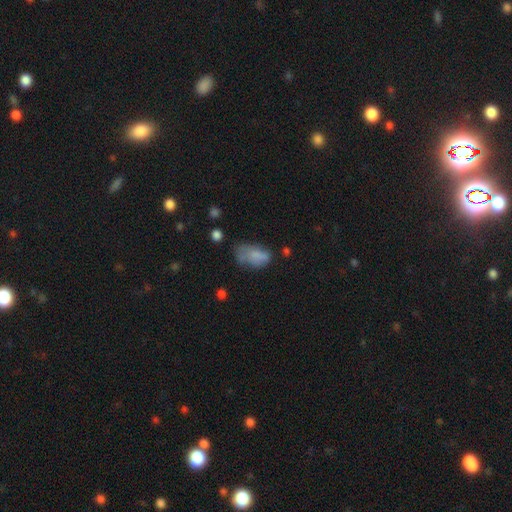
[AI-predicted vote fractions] Smooth or featured?
  - smooth: 72% *
  - featured or disk: 18%
  - star or artifact: 10%
How rounded?
  - in between: 88% *
  - round: 9%
  - cigar-shaped: 2%
Merging?
  - none: 35% *
  - minor disturbance: 32%
  - major disturbance: 24%
  - merger: 8%